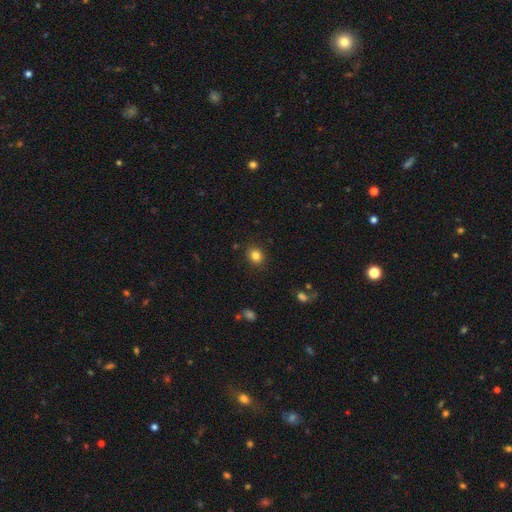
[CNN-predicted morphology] A smooth galaxy with no disk features (83%) that is round (68%).

Vote fractions:
- Smooth or featured? smooth: 83% / star or artifact: 11% / featured or disk: 6%
- How rounded? round: 68% / in between: 31% / cigar-shaped: 1%
- Merging? none: 88% / minor disturbance: 8% / major disturbance: 2% / merger: 1%